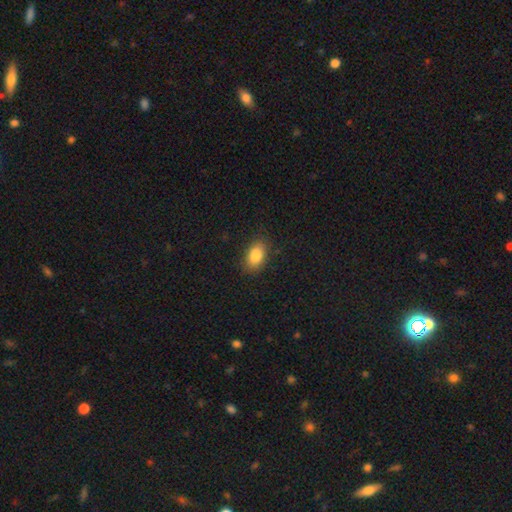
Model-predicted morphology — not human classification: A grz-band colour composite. It shows a smooth galaxy with no disk features (85%) that is in between round and cigar-shaped (87%). Merging: none (83%).